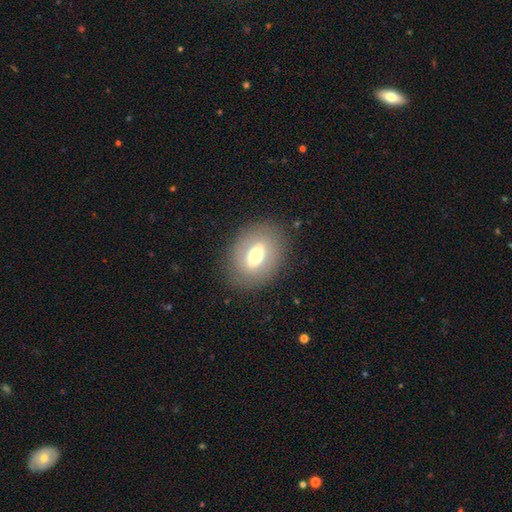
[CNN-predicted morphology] smooth 55%, featured or disk 35%, star or artifact 9%. Down the decision tree: how rounded — in between (69%); merging — none (82%).